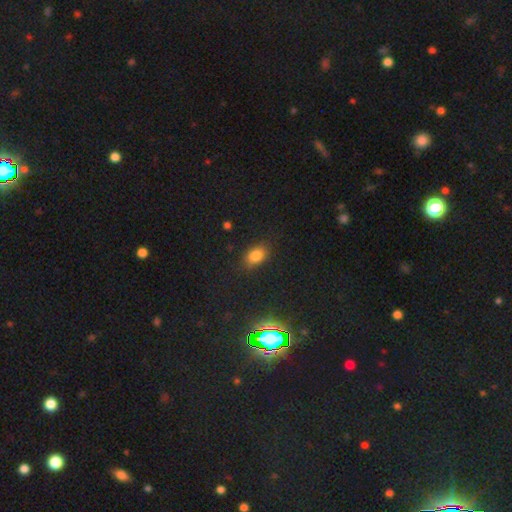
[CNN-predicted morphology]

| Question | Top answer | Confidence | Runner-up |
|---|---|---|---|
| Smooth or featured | smooth | 79% | star or artifact (14%) |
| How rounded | in between | 80% | round (18%) |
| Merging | none | 83% | minor disturbance (13%) |